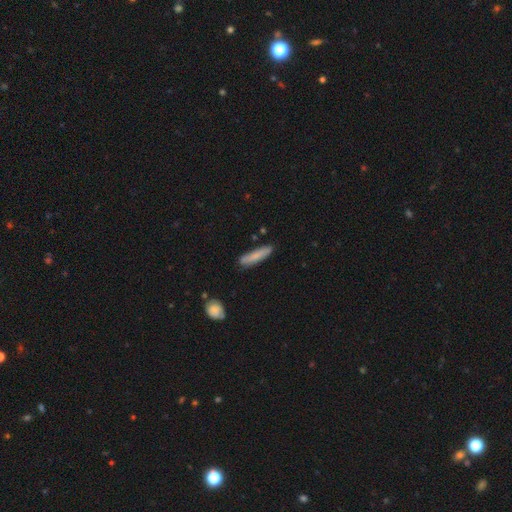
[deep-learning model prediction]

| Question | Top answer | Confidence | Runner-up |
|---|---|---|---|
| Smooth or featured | smooth | 77% | featured or disk (16%) |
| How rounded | cigar-shaped | 84% | in between (14%) |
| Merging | none | 81% | minor disturbance (14%) |